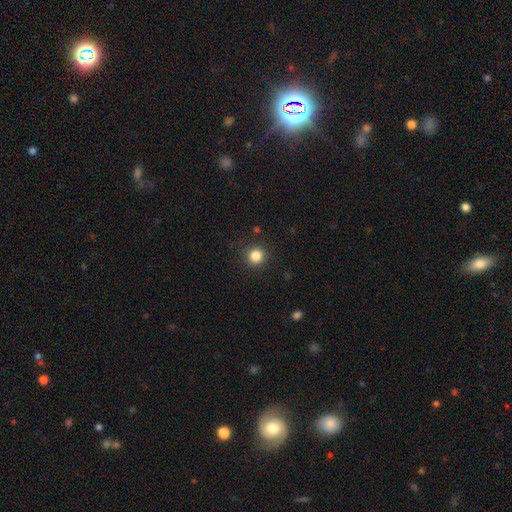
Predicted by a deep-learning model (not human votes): A smooth galaxy with no disk features (84%) that is round (92%). Merging: none (90%).